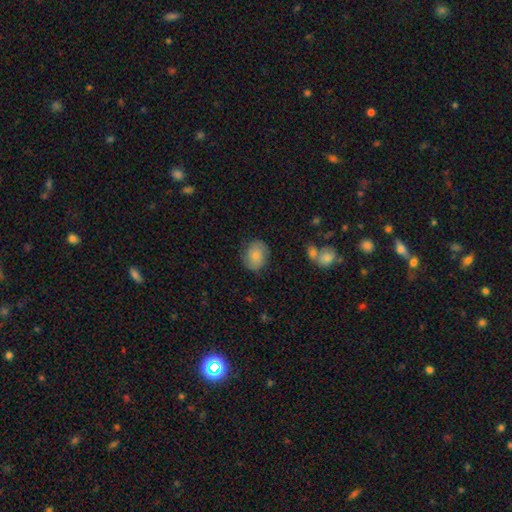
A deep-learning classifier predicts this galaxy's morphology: Smooth or featured? Predicted: smooth (p=0.74). How rounded? Predicted: in between (p=0.52). Merging? Predicted: none (p=0.79).